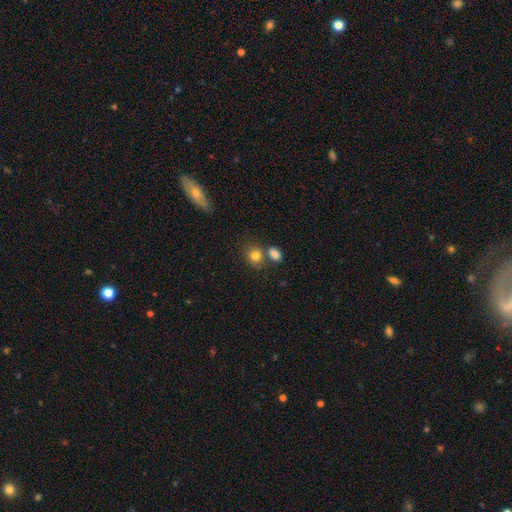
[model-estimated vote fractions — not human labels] The model was most divided on "how rounded": round: 63%, in between: 36%, cigar-shaped: 1%. More confident: smooth or featured — smooth (82%); merging — none (56%).